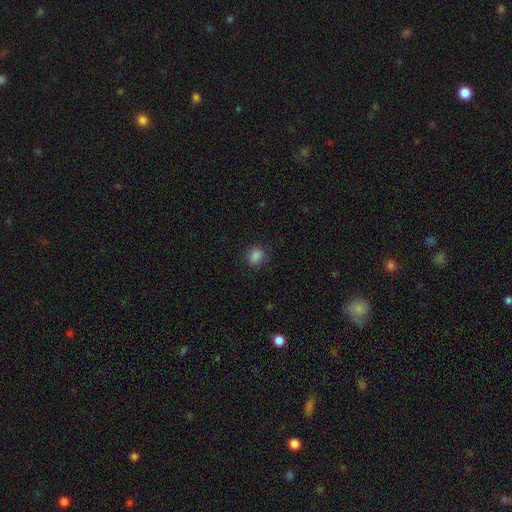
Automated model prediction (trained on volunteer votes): Q: Smooth or featured?
A: smooth (86%); runner-up: star or artifact (10%)
Q: How rounded?
A: round (56%); runner-up: in between (42%)
Q: Merging?
A: none (83%); runner-up: minor disturbance (13%)